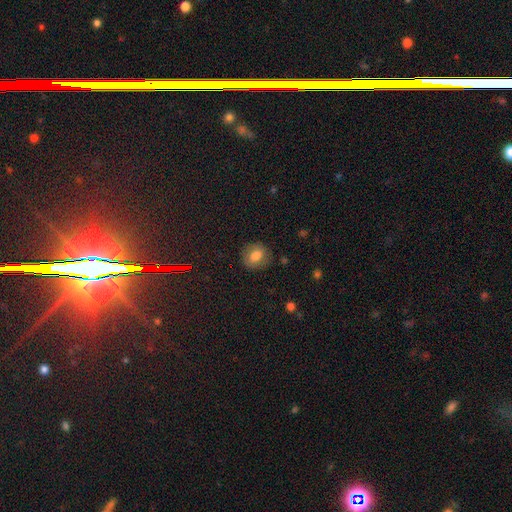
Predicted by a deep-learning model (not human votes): smooth 74%, featured or disk 15%, star or artifact 11%. Down the decision tree: how rounded — round (66%); merging — none (82%).